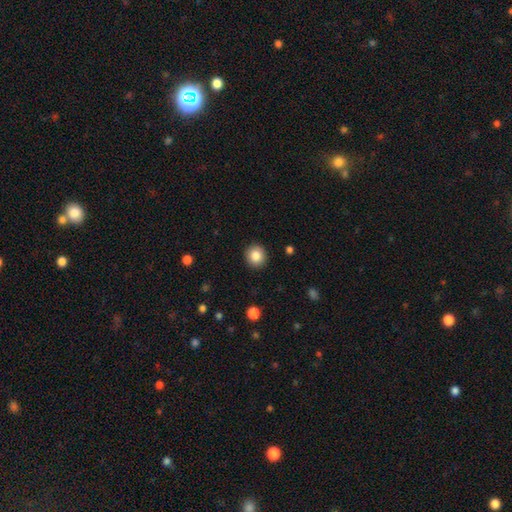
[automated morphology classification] This is clearly a smooth galaxy (85%). How rounded: clearly round (91%). Merging: clearly none (91%).